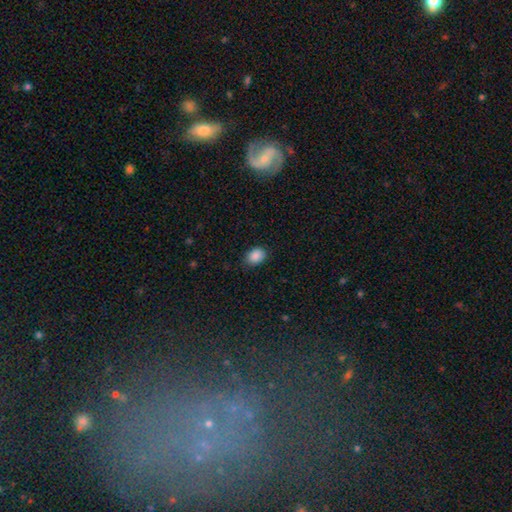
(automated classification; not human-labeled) smooth 89%, star or artifact 8%, featured or disk 3%. Down the decision tree: how rounded — in between (67%); merging — none (82%).